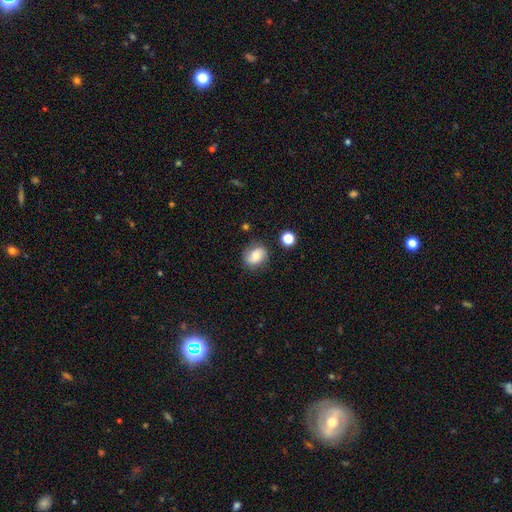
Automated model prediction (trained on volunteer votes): Morphology: type=smooth (65%); roundness=round (50%); merging=none (75%).